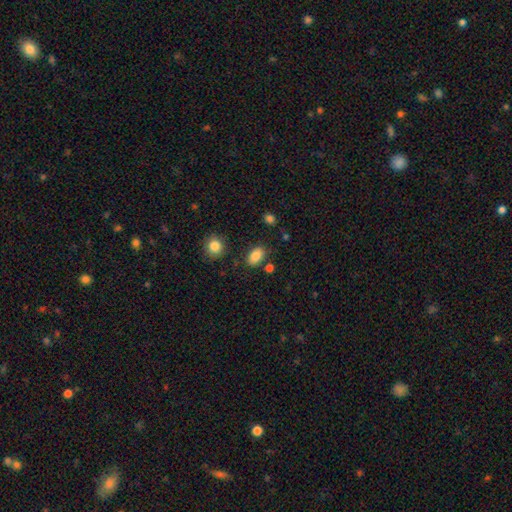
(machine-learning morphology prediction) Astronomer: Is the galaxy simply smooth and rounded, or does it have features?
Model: smooth — 84%.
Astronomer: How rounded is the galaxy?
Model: in between — 87%.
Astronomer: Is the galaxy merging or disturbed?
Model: none — 81%.